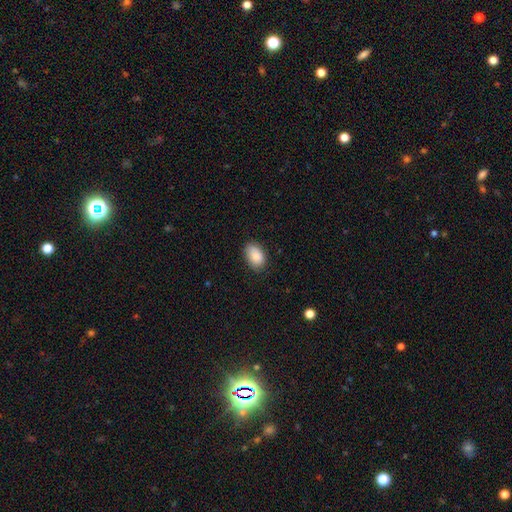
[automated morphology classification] A smooth galaxy with no disk features (88%) that is in between round and cigar-shaped (89%). Merging: none (81%).